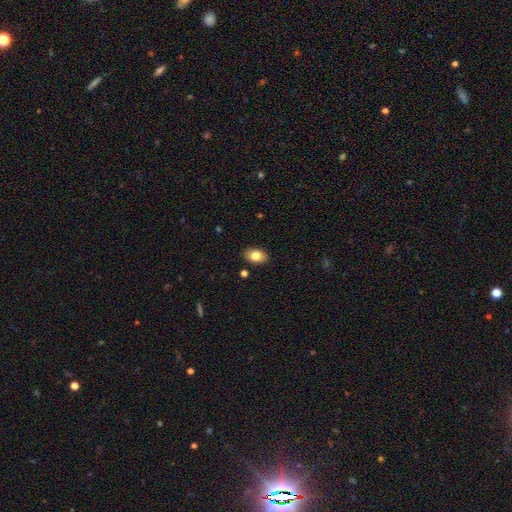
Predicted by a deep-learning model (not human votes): A smooth galaxy with no disk features (82%) that is in between round and cigar-shaped (87%).

Vote fractions:
- Smooth or featured? smooth: 82% / featured or disk: 10% / star or artifact: 8%
- How rounded? in between: 87% / round: 12% / cigar-shaped: 1%
- Merging? none: 88% / minor disturbance: 9% / major disturbance: 2% / merger: 1%